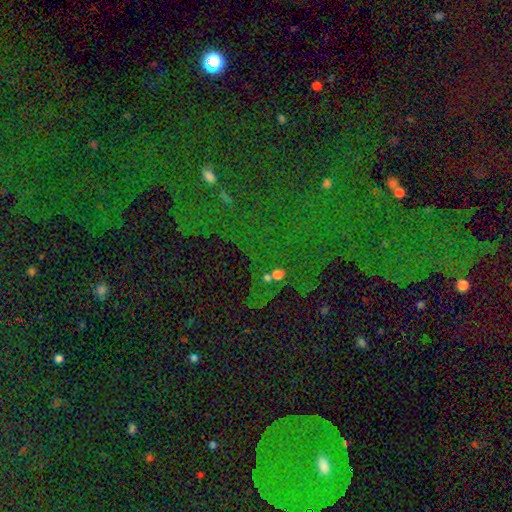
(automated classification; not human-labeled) Morphology: type=star or artifact (76%).